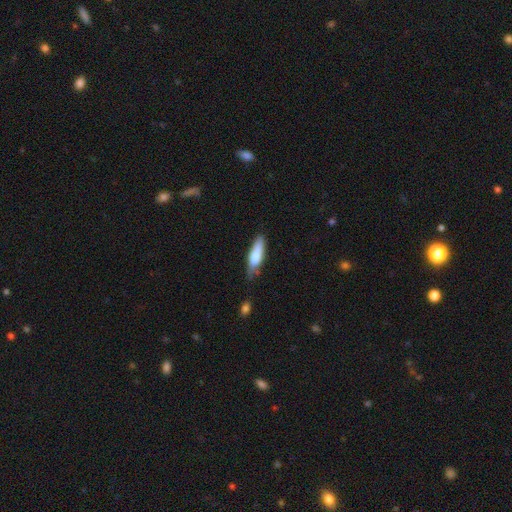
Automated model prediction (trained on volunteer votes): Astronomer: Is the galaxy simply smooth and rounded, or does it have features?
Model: smooth — 76%.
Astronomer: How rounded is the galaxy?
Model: cigar-shaped — 58% (runner-up: in between, 40%).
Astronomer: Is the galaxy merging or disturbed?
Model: none — 58%.